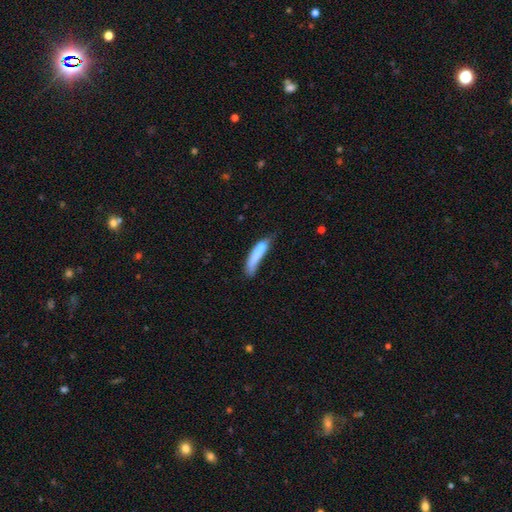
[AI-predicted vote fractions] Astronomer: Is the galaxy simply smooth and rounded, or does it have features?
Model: smooth — 66%.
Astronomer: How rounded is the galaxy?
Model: cigar-shaped — 81%.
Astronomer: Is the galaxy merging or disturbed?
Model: none — 35% (runner-up: minor disturbance, 25%).